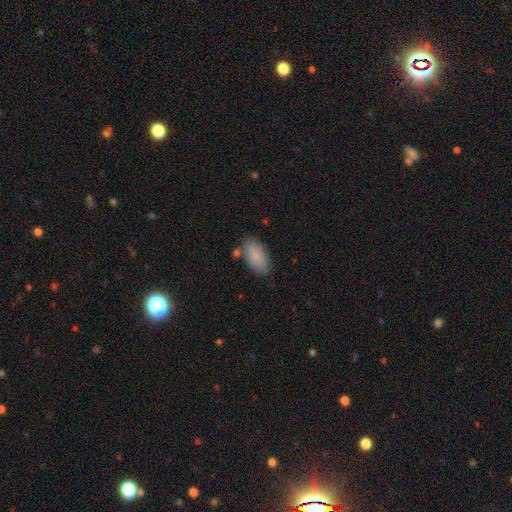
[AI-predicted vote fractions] Morphology: type=smooth (86%); roundness=in between (93%); merging=none (78%).